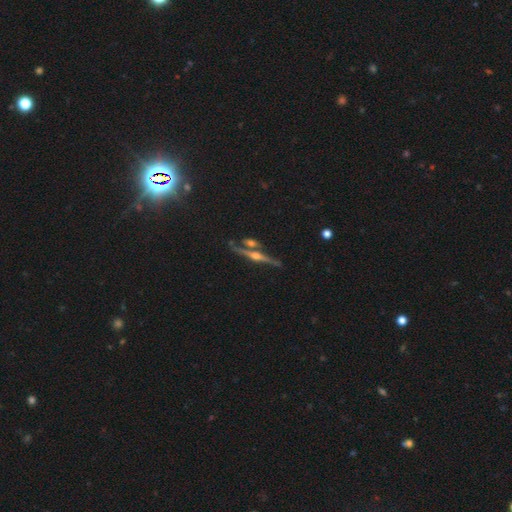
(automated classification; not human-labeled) This appears to be a featured or disk galaxy (83%) viewed edge-on (97%) with a rounded central bulge (91%). Merging: none (70%).